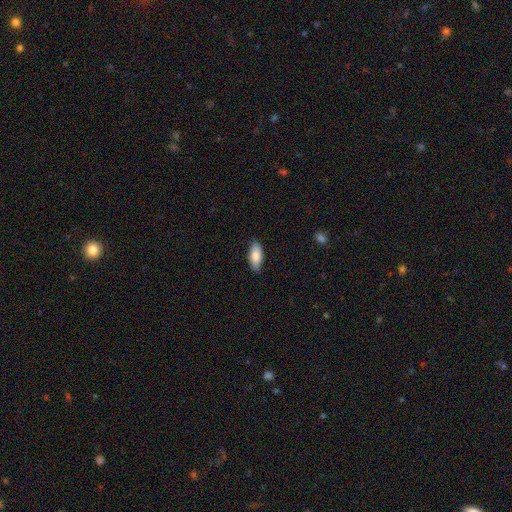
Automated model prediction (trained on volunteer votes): smooth 83%, featured or disk 11%, star or artifact 6%. Down the decision tree: how rounded — in between (81%); merging — none (85%).